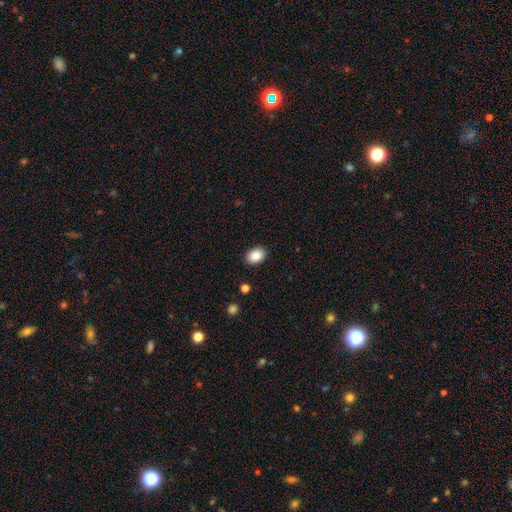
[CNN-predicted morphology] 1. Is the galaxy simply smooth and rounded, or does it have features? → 87% smooth, 8% star or artifact, 5% featured or disk.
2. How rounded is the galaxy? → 75% in between, 24% round, 1% cigar-shaped.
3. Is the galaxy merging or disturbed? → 90% none, 7% minor disturbance, 2% major disturbance, 1% merger.